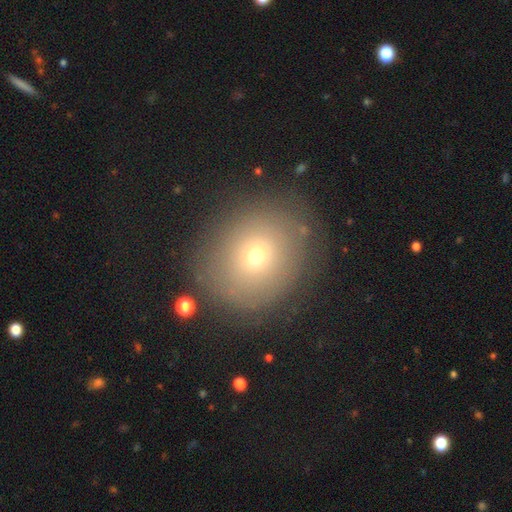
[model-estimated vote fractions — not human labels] Smooth or featured? Predicted: smooth (p=0.67). How rounded? Predicted: round (p=0.74). Merging? Predicted: none (p=0.83).